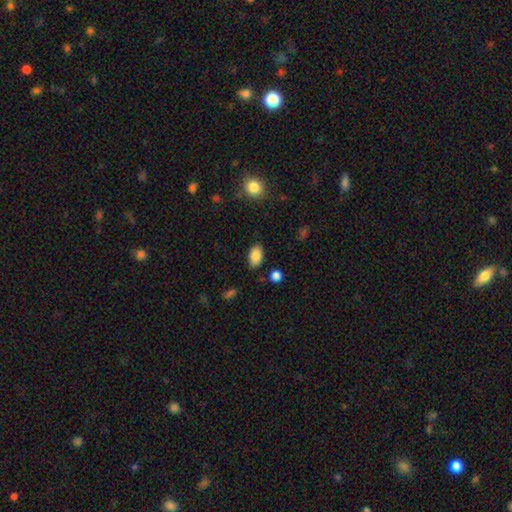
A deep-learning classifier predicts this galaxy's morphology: Q: Smooth or featured?
A: smooth (87%); runner-up: star or artifact (8%)
Q: How rounded?
A: in between (91%); runner-up: round (7%)
Q: Merging?
A: none (84%); runner-up: minor disturbance (11%)